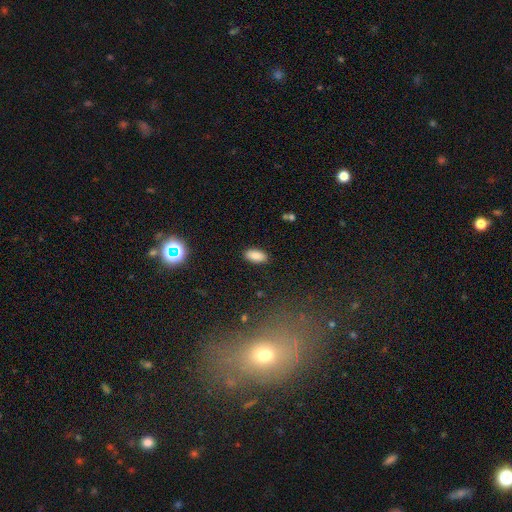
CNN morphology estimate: The model was most divided on "merging": none: 88%, minor disturbance: 9%, major disturbance: 2%, merger: 1%. More confident: how rounded — in between (92%); smooth or featured — smooth (88%).